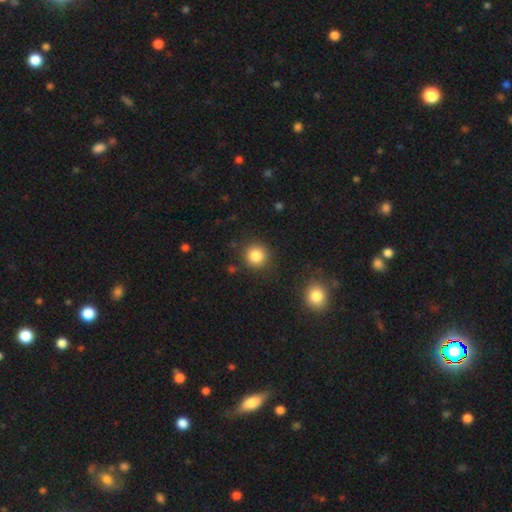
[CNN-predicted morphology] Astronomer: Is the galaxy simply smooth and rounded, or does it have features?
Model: smooth — 84%.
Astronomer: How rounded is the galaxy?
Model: round — 93%.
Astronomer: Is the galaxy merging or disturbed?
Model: none — 88%.